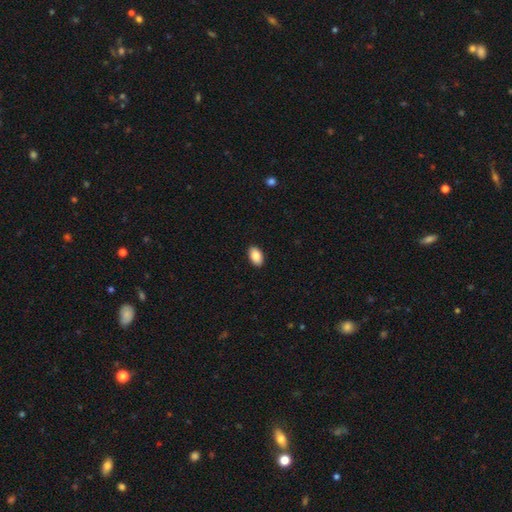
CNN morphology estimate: This is clearly a smooth galaxy (85%). How rounded: clearly in between (92%). Merging: clearly none (91%).